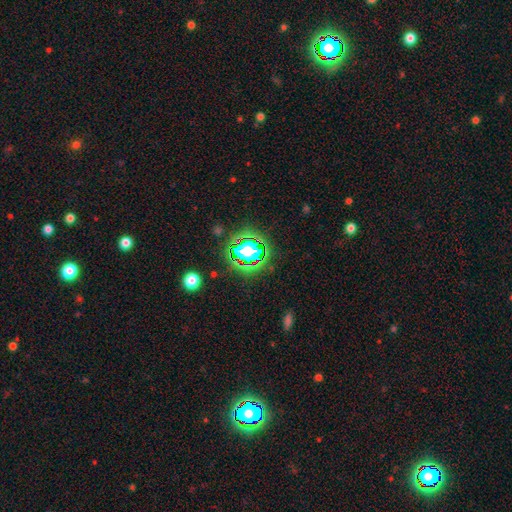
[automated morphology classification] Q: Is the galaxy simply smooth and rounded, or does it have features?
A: star or artifact — 79%.